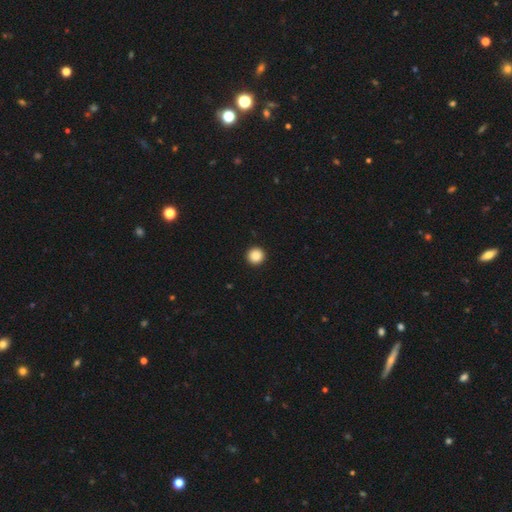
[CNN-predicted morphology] Q: Smooth or featured?
A: smooth (88%); runner-up: star or artifact (9%)
Q: How rounded?
A: round (96%); runner-up: in between (3%)
Q: Merging?
A: none (94%); runner-up: minor disturbance (4%)